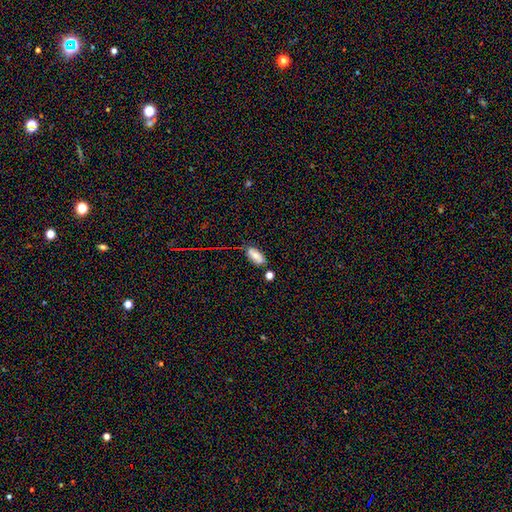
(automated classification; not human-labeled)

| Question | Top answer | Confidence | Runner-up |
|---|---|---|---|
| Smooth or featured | smooth | 64% | featured or disk (21%) |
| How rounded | in between | 88% | cigar-shaped (8%) |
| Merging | none | 76% | minor disturbance (15%) |